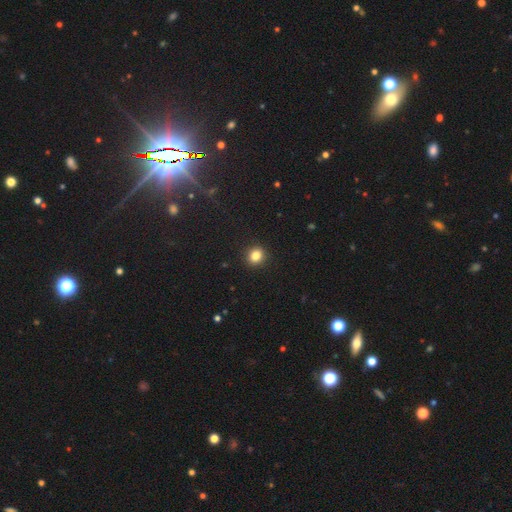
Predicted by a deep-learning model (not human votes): Morphology: type=smooth (83%); roundness=round (78%); merging=none (91%).